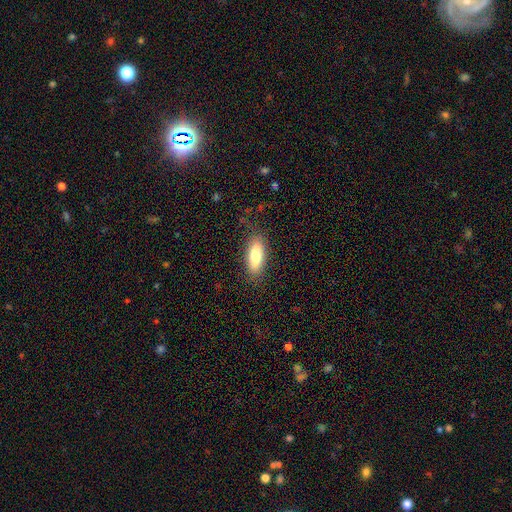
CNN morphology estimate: Overall: smooth (79%). How rounded: in between (65%; cigar-shaped 33%). Merging: none (81%).